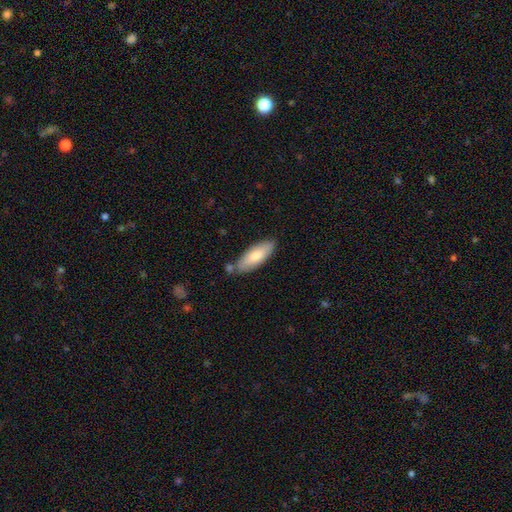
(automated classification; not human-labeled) Q: Smooth or featured?
A: smooth (73%); runner-up: featured or disk (22%)
Q: How rounded?
A: in between (69%); runner-up: cigar-shaped (30%)
Q: Merging?
A: none (74%); runner-up: minor disturbance (15%)